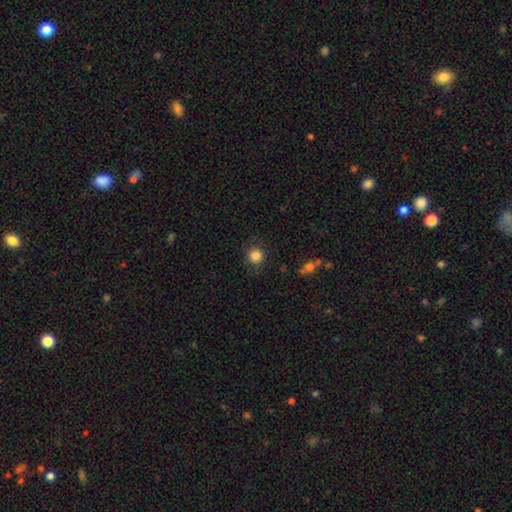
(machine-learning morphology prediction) Overall: smooth (85%). How rounded: round (93%). Merging: none (85%).